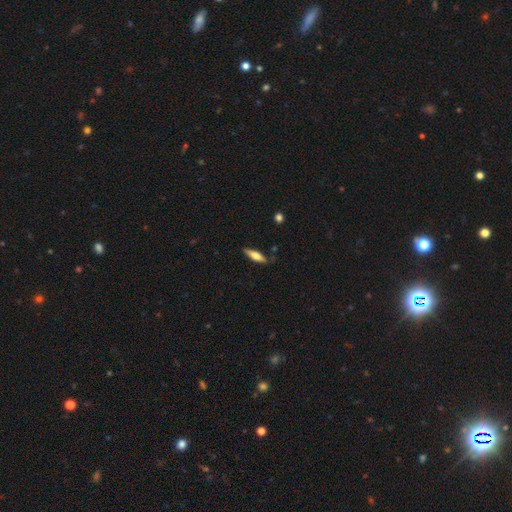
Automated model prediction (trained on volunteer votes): The model was most divided on "smooth or featured": smooth: 57%, featured or disk: 37%, star or artifact: 6%. More confident: merging — none (82%); how rounded — cigar-shaped (62%).